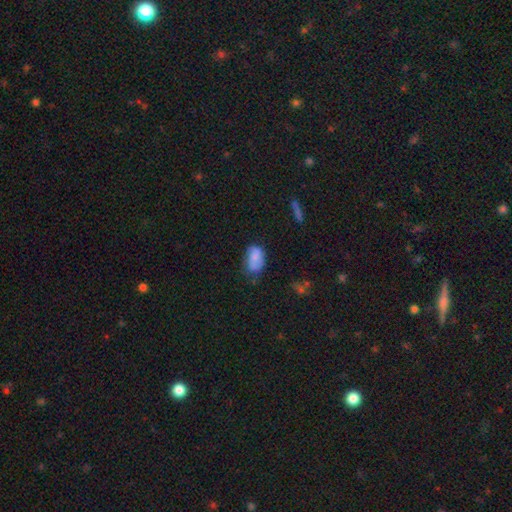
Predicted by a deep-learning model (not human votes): Overall: smooth (72%). How rounded: in between (88%). Merging: none (52%; minor disturbance 33%).